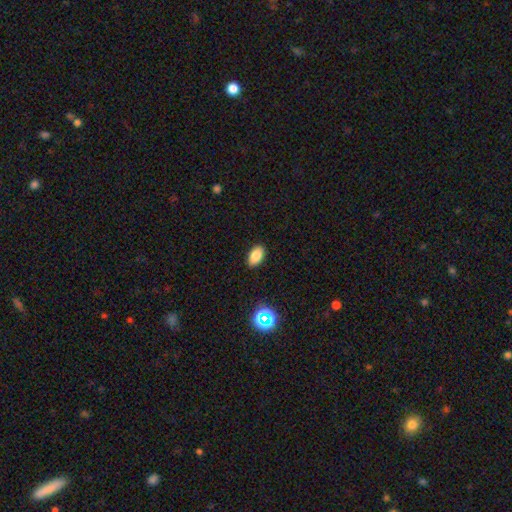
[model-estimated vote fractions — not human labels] smooth 83%, star or artifact 11%, featured or disk 6%. Down the decision tree: how rounded — in between (91%); merging — none (88%).